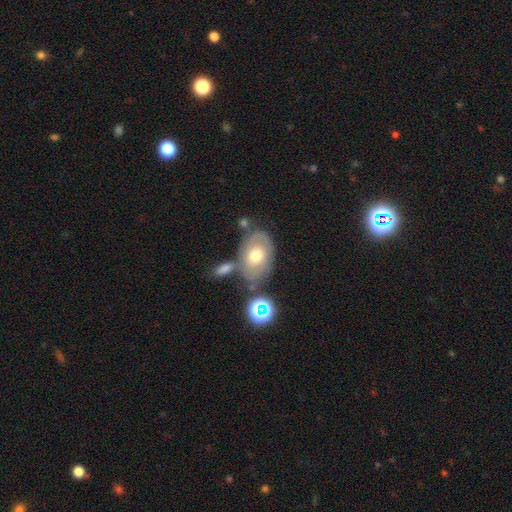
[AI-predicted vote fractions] Smooth or featured?
  - smooth: 45% *
  - featured or disk: 44%
  - star or artifact: 11%
Merging?
  - none: 54% *
  - minor disturbance: 19%
  - merger: 18%
  - major disturbance: 9%